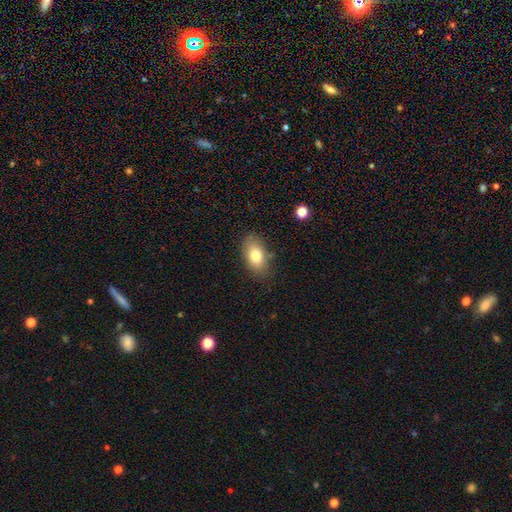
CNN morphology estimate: type=smooth (78%); roundness=in between (90%); merging=none (81%).